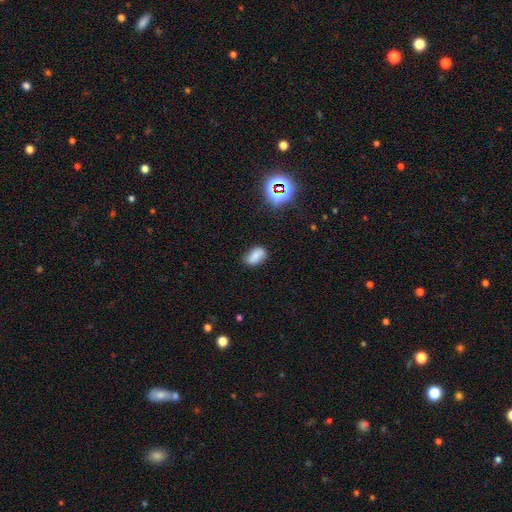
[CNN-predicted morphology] smooth_or_featured: smooth (p=0.65) [alt: featured or disk p=0.21]
how_rounded: in between (p=0.86) [alt: round p=0.12]
merging: none (p=0.69) [alt: minor disturbance p=0.23]